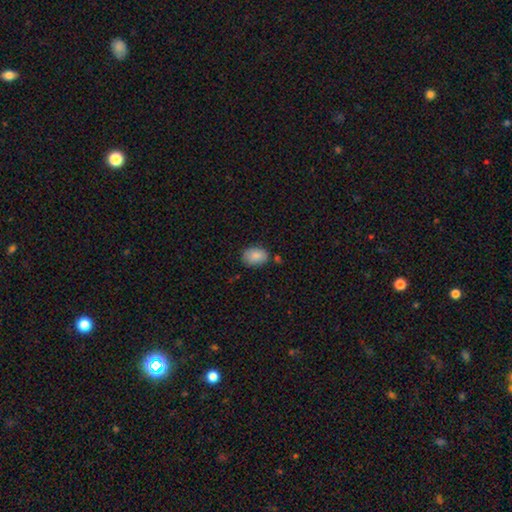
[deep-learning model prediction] Smooth or featured: smooth — 85% (featured or disk — 8%)
How rounded: in between — 78% (round — 21%)
Merging: none — 74% (minor disturbance — 18%)